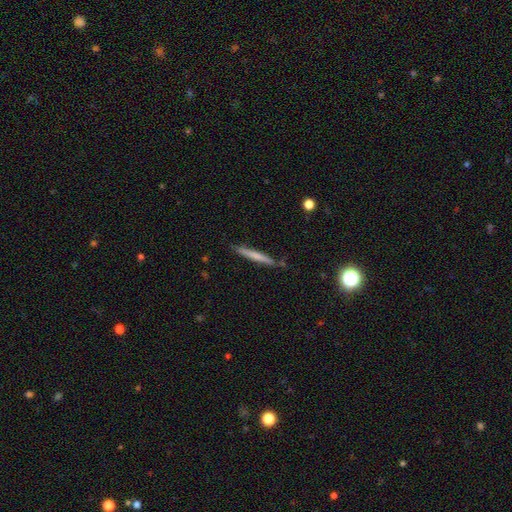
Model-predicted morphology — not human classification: Smooth or featured? smooth (59%)
How rounded? cigar-shaped (96%)
Merging? none (84%)